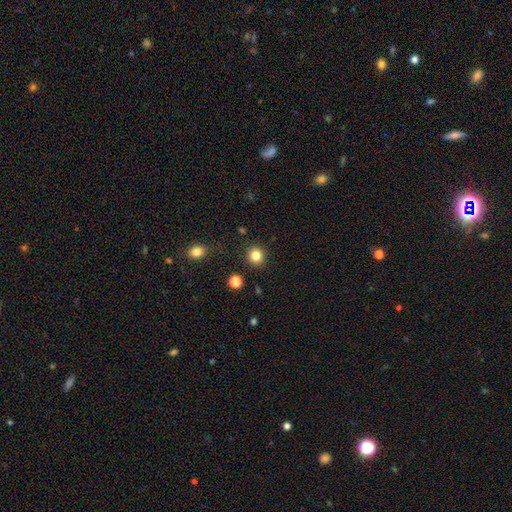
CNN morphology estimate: Overall: smooth (83%). How rounded: round (91%). Merging: none (91%).